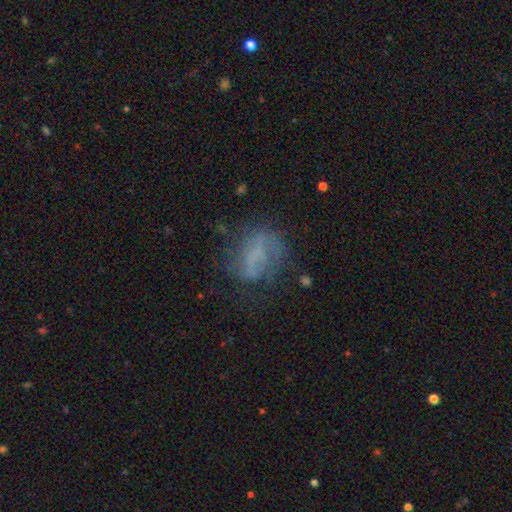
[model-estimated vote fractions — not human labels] A featured or disk galaxy (43%). Merging: none (51%).